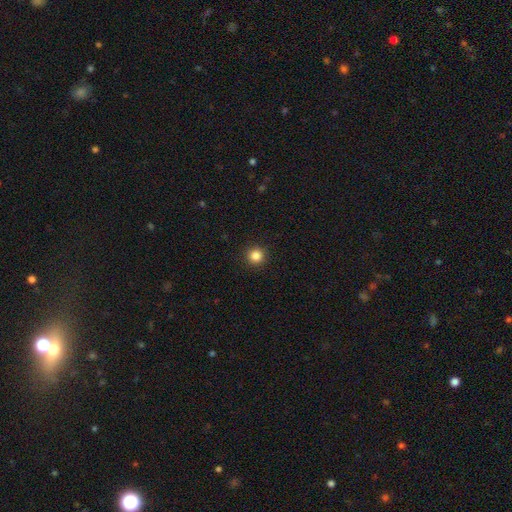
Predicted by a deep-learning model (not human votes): The model was most divided on "smooth or featured": smooth: 85%, star or artifact: 12%, featured or disk: 4%. More confident: how rounded — round (95%); merging — none (93%).